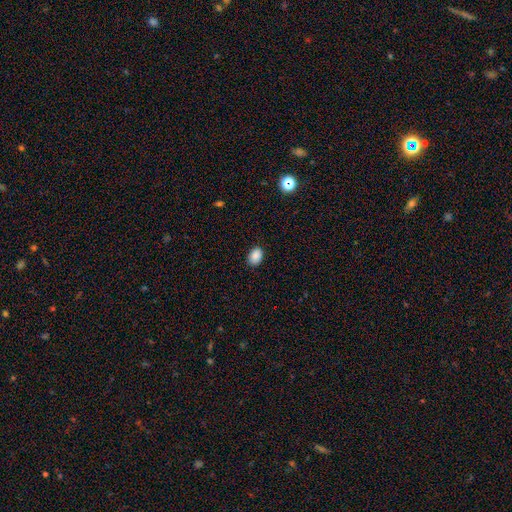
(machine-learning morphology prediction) type=smooth (88%); roundness=in between (80%); merging=none (87%).